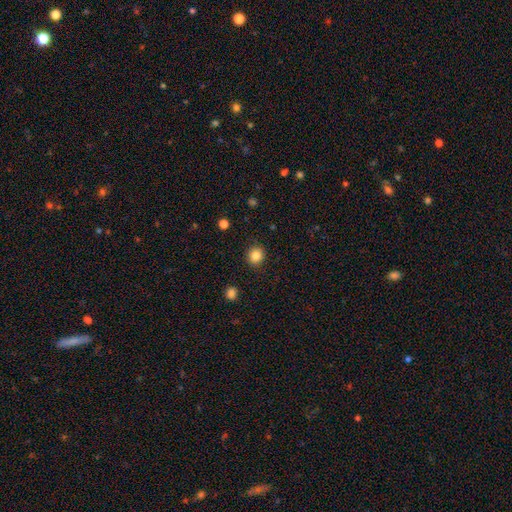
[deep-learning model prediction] A smooth galaxy with no disk features (85%) that is round (88%).

Vote fractions:
- Smooth or featured? smooth: 85% / star or artifact: 11% / featured or disk: 5%
- How rounded? round: 88% / in between: 11% / cigar-shaped: 1%
- Merging? none: 91% / minor disturbance: 6% / major disturbance: 2% / merger: 1%